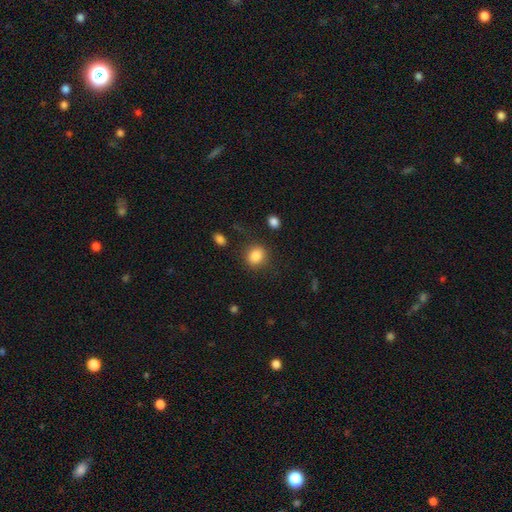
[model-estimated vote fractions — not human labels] Morphology: type=smooth (86%); roundness=round (68%); merging=none (84%).